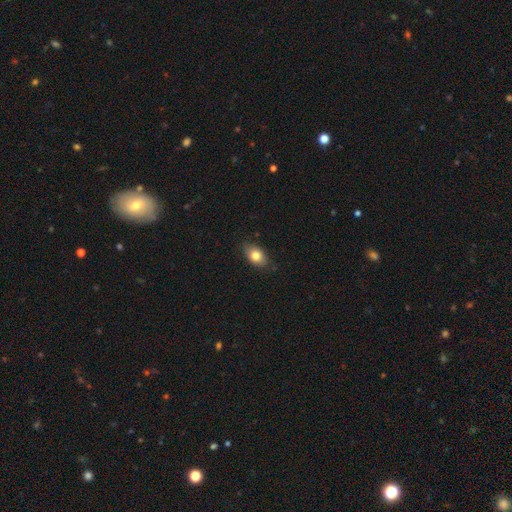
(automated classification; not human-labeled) A smooth galaxy with no disk features (79%) that is in between round and cigar-shaped (85%).

Vote fractions:
- Smooth or featured? smooth: 79% / featured or disk: 13% / star or artifact: 8%
- How rounded? in between: 85% / round: 13% / cigar-shaped: 2%
- Merging? none: 82% / minor disturbance: 14% / major disturbance: 2% / merger: 1%